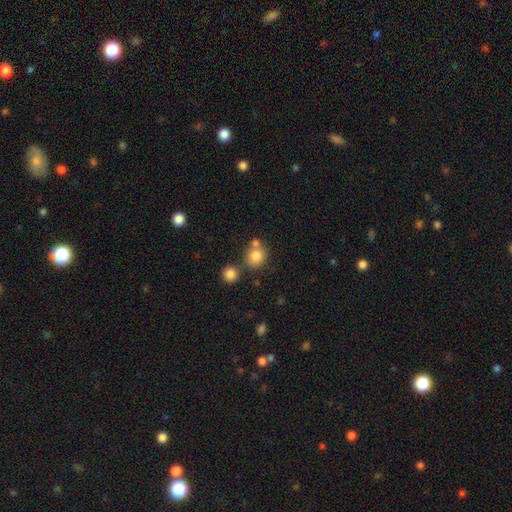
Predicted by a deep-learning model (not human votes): Smooth or featured: smooth — 80% (star or artifact — 11%)
How rounded: round — 81% (in between — 18%)
Merging: none — 58% (merger — 27%)